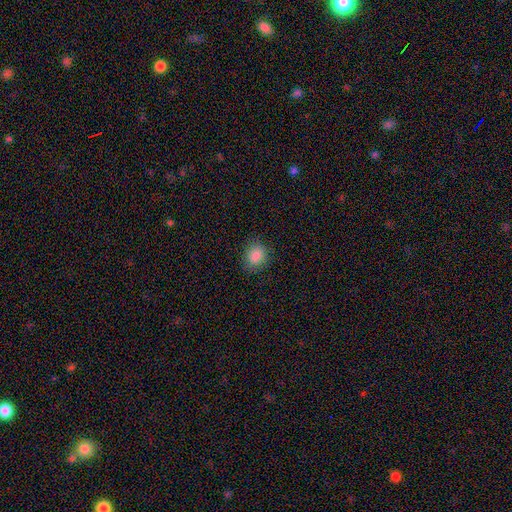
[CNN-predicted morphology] This appears to be a smooth galaxy with no disk features (86%) that is round (62%). Merging: none (85%).